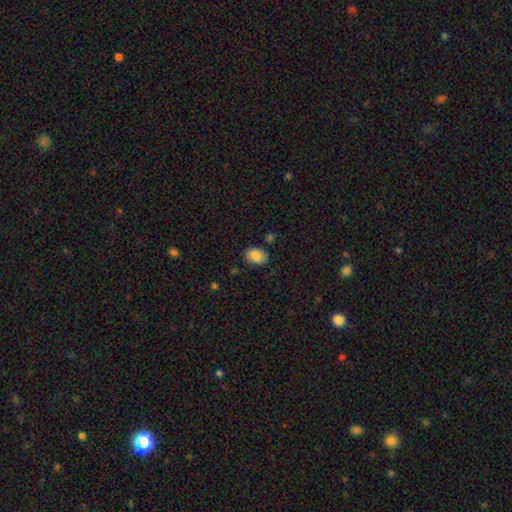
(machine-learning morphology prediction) Q: Smooth or featured?
A: smooth (84%); runner-up: featured or disk (8%)
Q: How rounded?
A: in between (75%); runner-up: round (24%)
Q: Merging?
A: none (81%); runner-up: minor disturbance (14%)